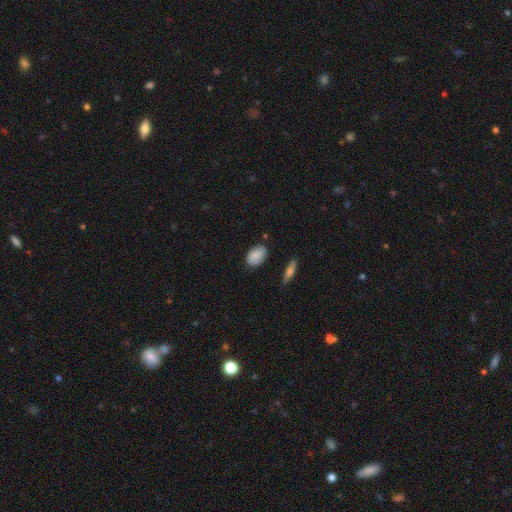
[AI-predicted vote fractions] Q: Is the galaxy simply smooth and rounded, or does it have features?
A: smooth — 84%.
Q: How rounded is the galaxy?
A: in between — 89%.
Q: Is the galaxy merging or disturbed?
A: none — 78%.